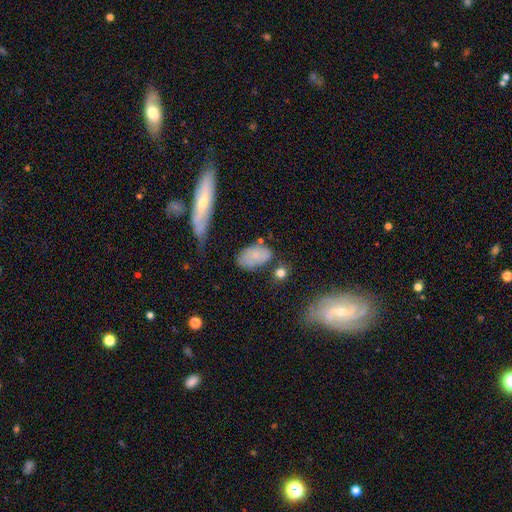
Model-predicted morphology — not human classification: This is likely a smooth galaxy (71%). How rounded: clearly in between (92%). Merging: possibly none (56%).